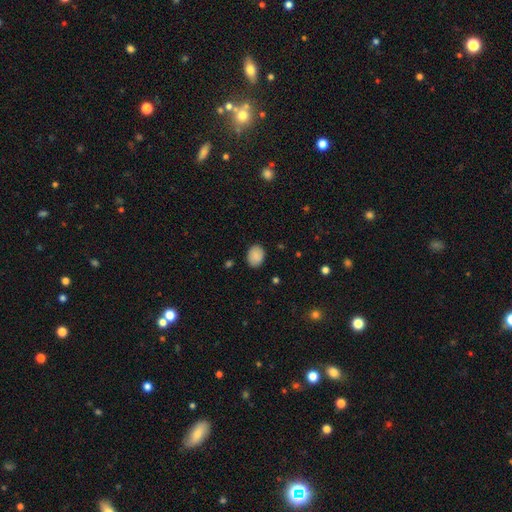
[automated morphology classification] The model was most divided on "how rounded": in between: 60%, round: 39%, cigar-shaped: 1%. More confident: smooth or featured — smooth (88%); merging — none (85%).